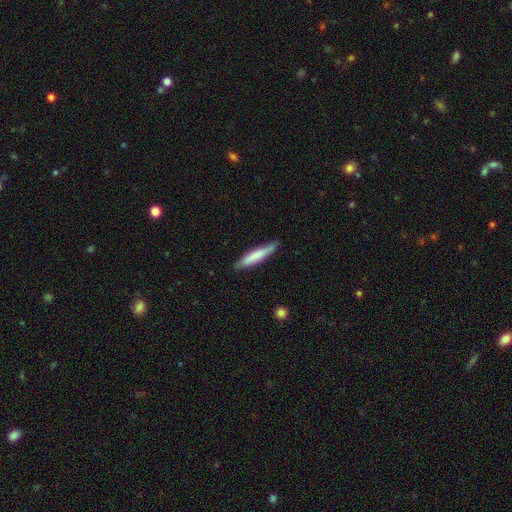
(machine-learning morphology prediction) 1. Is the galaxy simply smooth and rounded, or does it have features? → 73% smooth, 22% featured or disk, 5% star or artifact.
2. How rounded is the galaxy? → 89% cigar-shaped, 9% in between, 1% round.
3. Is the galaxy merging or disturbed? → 77% none, 19% minor disturbance, 3% major disturbance, 2% merger.